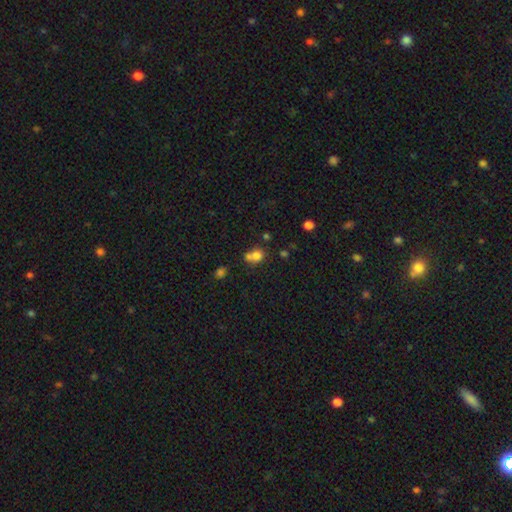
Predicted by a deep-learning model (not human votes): Overall: smooth (76%). How rounded: round (68%; in between 31%). Merging: merger (47%; none 38%).